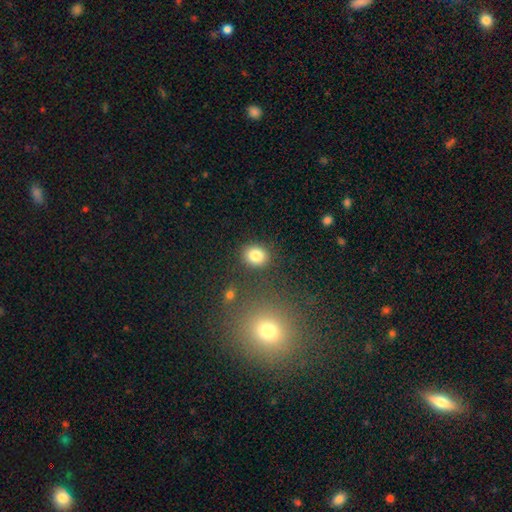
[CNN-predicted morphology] A smooth galaxy with no disk features (83%) that is round (63%). Merging: none (85%).